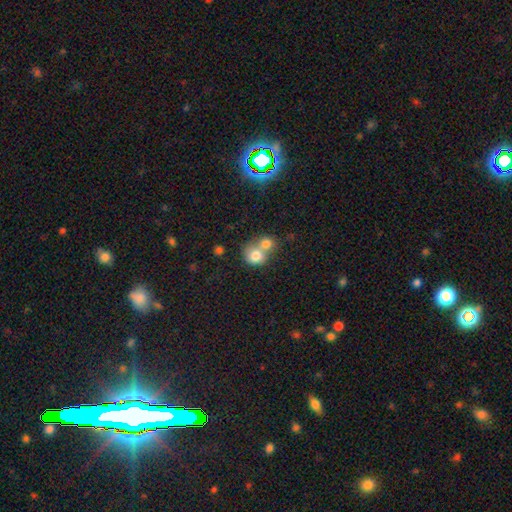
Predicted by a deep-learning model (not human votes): smooth_or_featured: smooth (p=0.76) [alt: featured or disk p=0.14]
how_rounded: round (p=0.76) [alt: in between p=0.23]
merging: merger (p=0.67) [alt: none p=0.24]